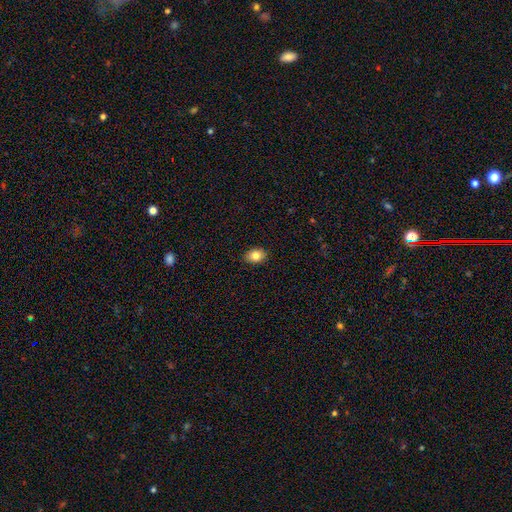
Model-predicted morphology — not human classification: smooth 83%, star or artifact 9%, featured or disk 8%. Down the decision tree: how rounded — in between (71%); merging — none (89%).